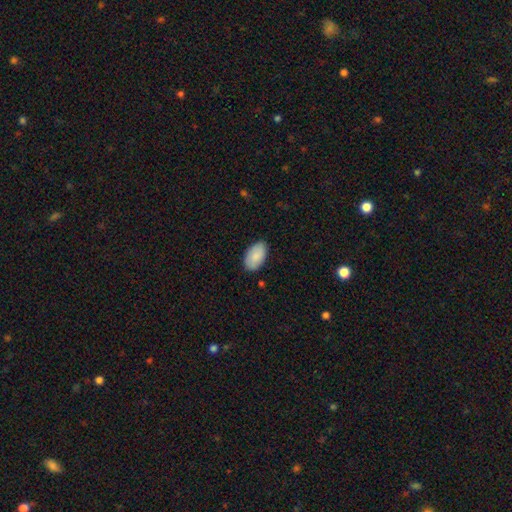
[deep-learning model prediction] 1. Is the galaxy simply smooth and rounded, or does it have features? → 86% smooth, 8% featured or disk, 6% star or artifact.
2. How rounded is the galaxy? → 95% in between, 4% round, 1% cigar-shaped.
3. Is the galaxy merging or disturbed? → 84% none, 12% minor disturbance, 2% major disturbance, 1% merger.